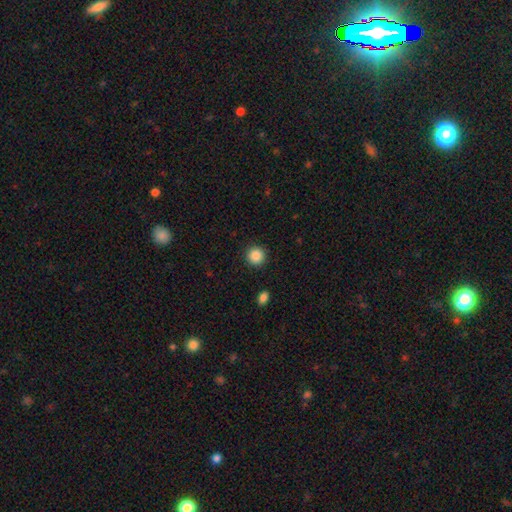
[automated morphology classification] smooth_or_featured: smooth (p=0.87) [alt: star or artifact p=0.09]
how_rounded: round (p=0.95) [alt: in between p=0.04]
merging: none (p=0.92) [alt: minor disturbance p=0.05]